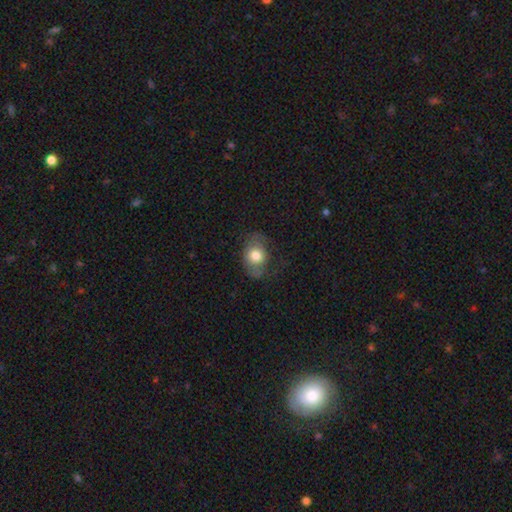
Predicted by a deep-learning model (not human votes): smooth-or-featured: smooth: 72% | featured or disk: 19% | star or artifact: 8%
  how-rounded: in between: 61% | round: 38% | cigar-shaped: 1%
  merging: none: 54% | minor disturbance: 27% | major disturbance: 18% | merger: 2%